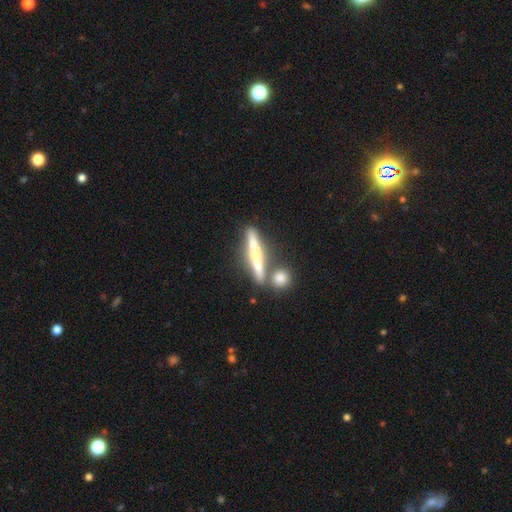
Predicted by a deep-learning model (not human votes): Smooth or featured?
  - featured or disk: 50% *
  - smooth: 42%
  - star or artifact: 8%
Edge-on disk?
  - yes: 91% *
  - no: 9%
Merging?
  - none: 67% *
  - merger: 19%
  - minor disturbance: 11%
  - major disturbance: 4%